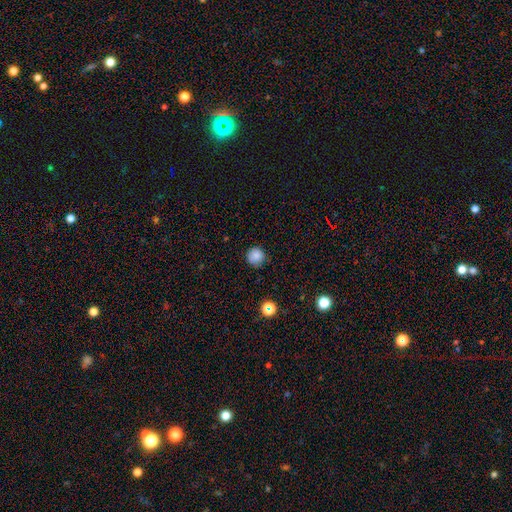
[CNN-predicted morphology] The model was most divided on "merging": none: 83%, minor disturbance: 13%, major disturbance: 3%, merger: 1%. More confident: how rounded — round (94%); smooth or featured — smooth (83%).